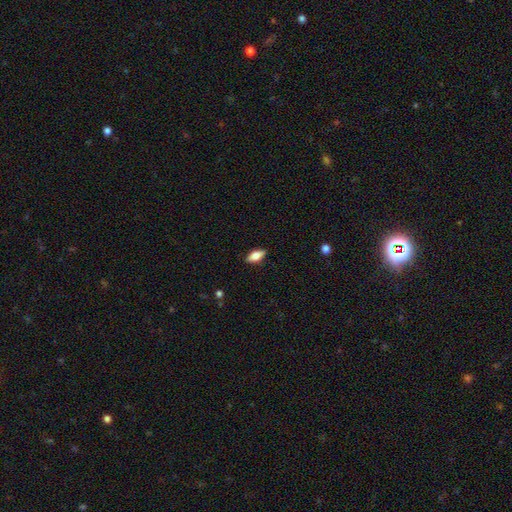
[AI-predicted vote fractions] Overall: smooth (70%). How rounded: in between (83%). Merging: none (87%).